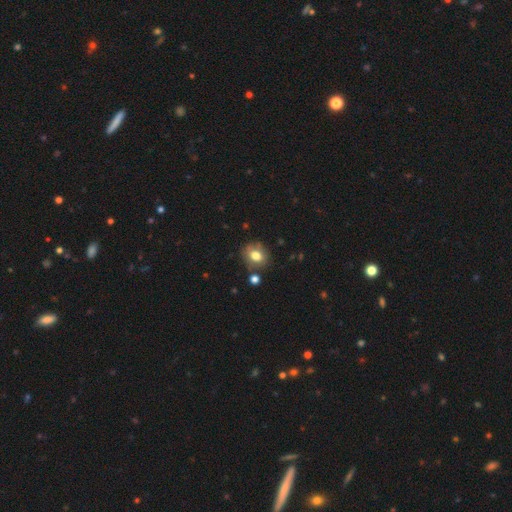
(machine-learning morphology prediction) Smooth or featured? smooth (74%)
How rounded? round (62%)
Merging? none (72%)